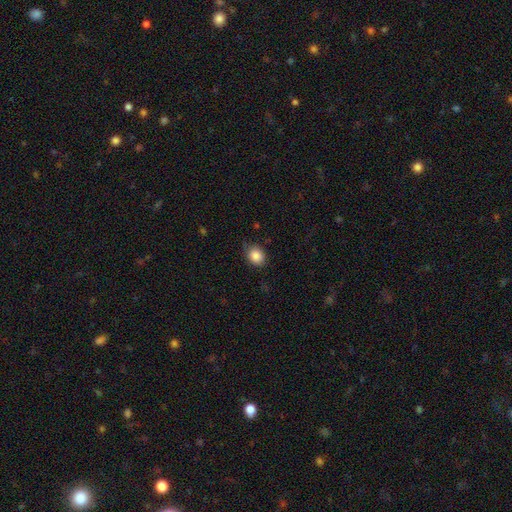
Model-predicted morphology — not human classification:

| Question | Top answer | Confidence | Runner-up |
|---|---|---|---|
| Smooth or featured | smooth | 87% | star or artifact (9%) |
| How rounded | round | 52% | in between (47%) |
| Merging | none | 78% | minor disturbance (18%) |